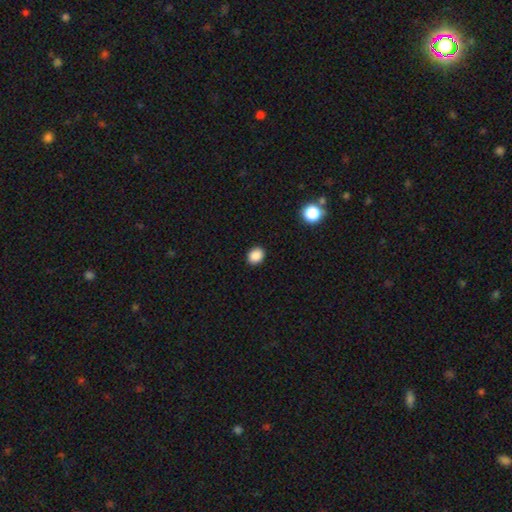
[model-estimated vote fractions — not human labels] A smooth galaxy with no disk features (88%) that is round (57%). Merging: none (91%).